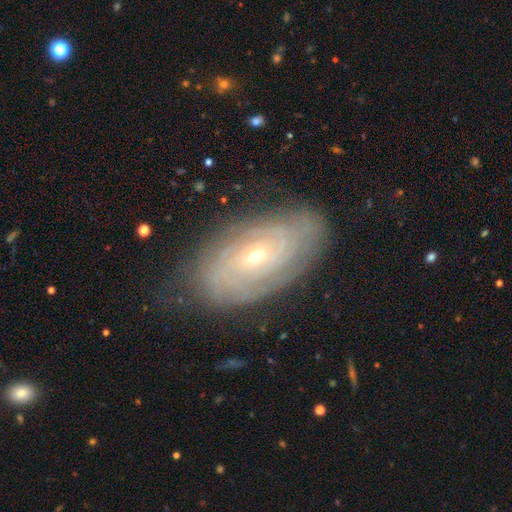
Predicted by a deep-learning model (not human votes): This appears to be a featured or disk galaxy (76%) with no bar (70%), tight (77%) spiral arms (88%) and a small central bulge (68%). Merging: none (77%).